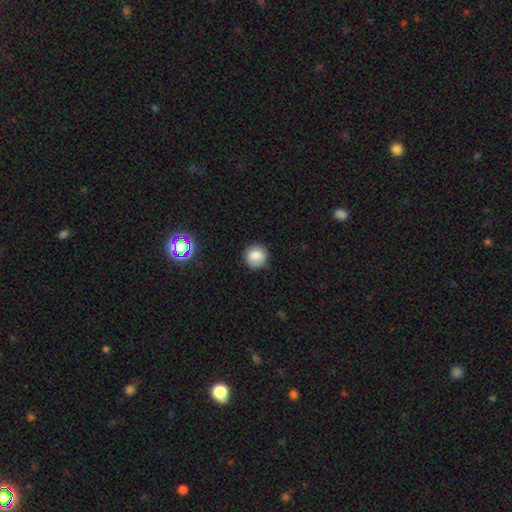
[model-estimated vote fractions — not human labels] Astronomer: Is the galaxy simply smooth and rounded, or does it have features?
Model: smooth — 83%.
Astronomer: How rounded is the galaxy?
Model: round — 91%.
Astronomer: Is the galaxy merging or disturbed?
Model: none — 87%.